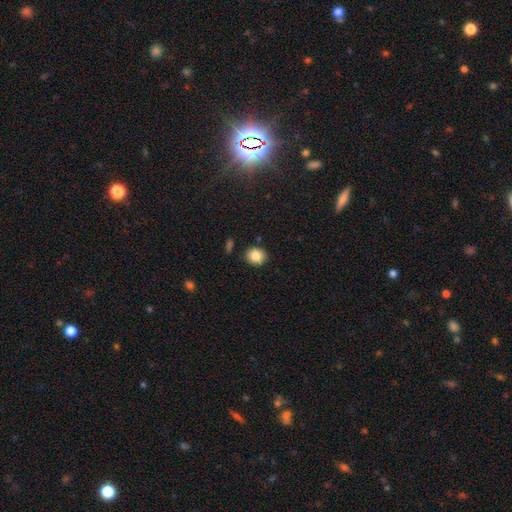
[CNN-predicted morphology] The model was most divided on "how rounded": round: 74%, in between: 25%, cigar-shaped: 1%. More confident: merging — none (86%); smooth or featured — smooth (84%).